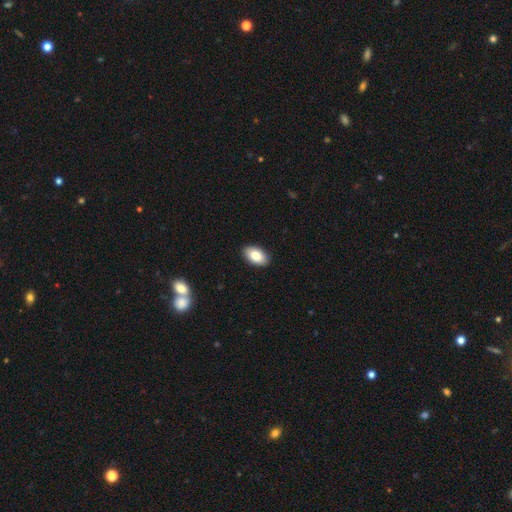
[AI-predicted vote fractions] Morphology: type=smooth (84%); roundness=in between (93%); merging=none (90%).